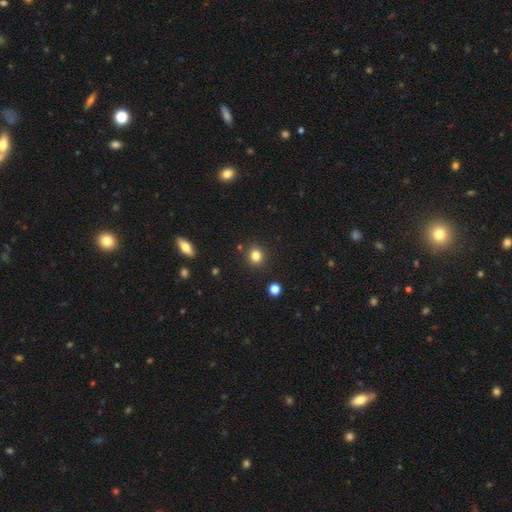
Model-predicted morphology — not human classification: This is clearly a smooth galaxy (82%). How rounded: clearly round (86%). Merging: clearly none (89%).